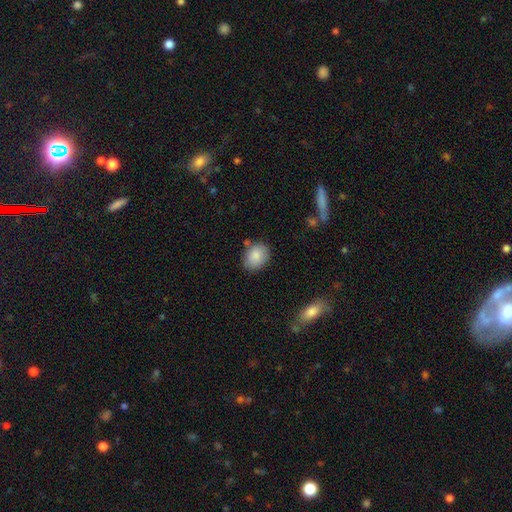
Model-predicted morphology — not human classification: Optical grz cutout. It shows a smooth galaxy with no disk features (86%) that is in between round and cigar-shaped (66%). Merging: none (77%).